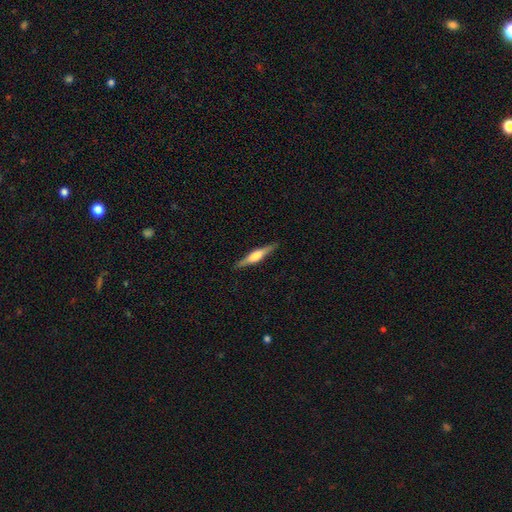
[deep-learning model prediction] This is likely a featured or disk galaxy (62%). It is clearly viewed edge-on (97%). Edge-on bulge: likely rounded (69%). Merging: clearly none (89%).